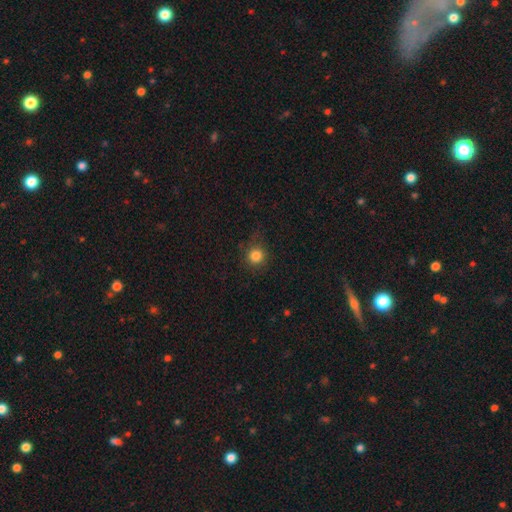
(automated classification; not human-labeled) A smooth galaxy with no disk features (83%) that is round (92%). Merging: none (79%).